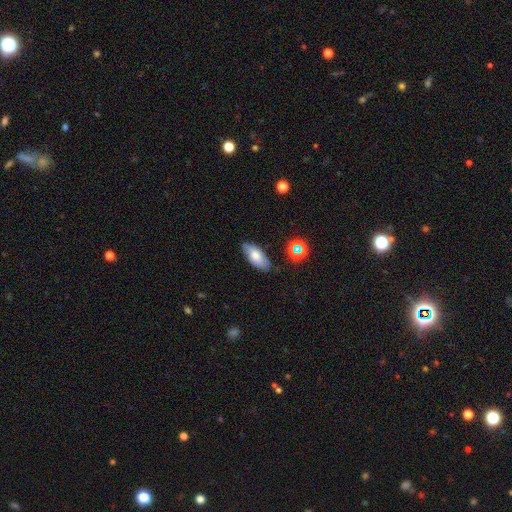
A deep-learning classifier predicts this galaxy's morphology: type=smooth (72%); roundness=in between (88%); merging=none (80%).